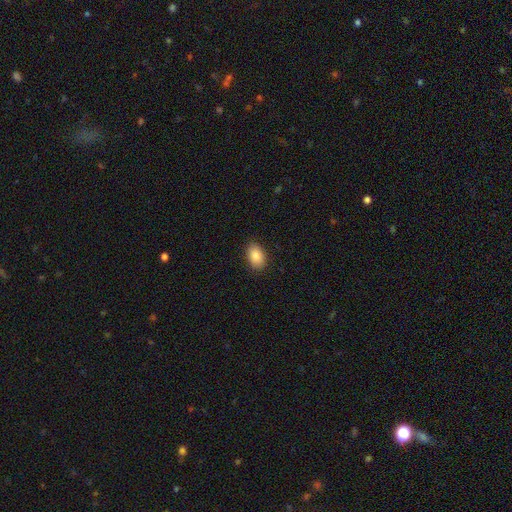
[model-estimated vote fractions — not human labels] Smooth or featured? smooth (87%)
How rounded? in between (89%)
Merging? none (89%)